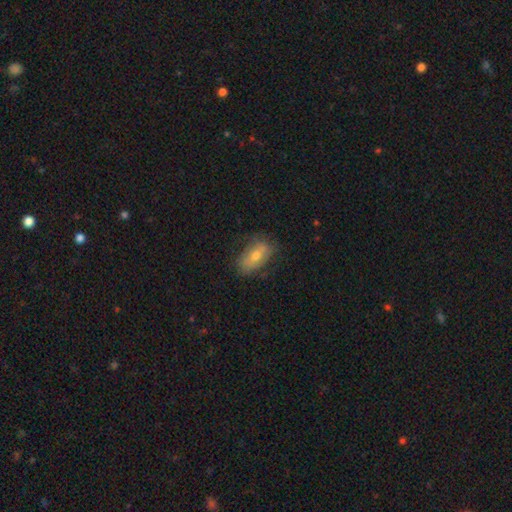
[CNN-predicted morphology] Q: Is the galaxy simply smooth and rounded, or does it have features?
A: smooth — 62%.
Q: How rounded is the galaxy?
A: in between — 89%.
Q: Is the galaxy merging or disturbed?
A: none — 70%.